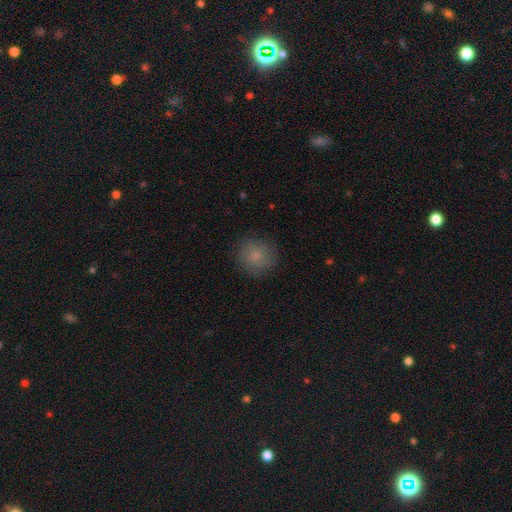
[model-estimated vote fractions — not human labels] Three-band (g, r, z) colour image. It shows a smooth galaxy with no disk features (79%) that is round (91%). Merging: none (84%).